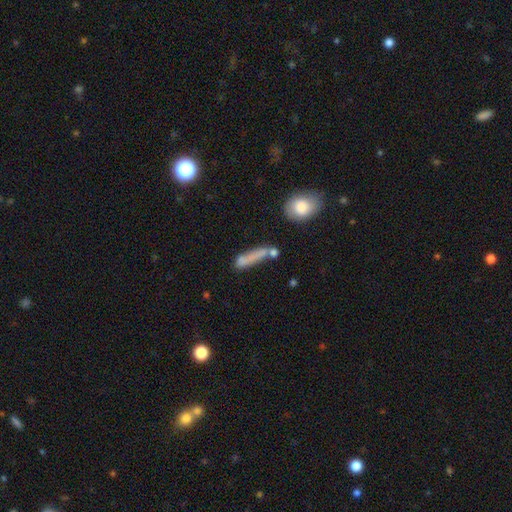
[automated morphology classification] type=smooth (69%); roundness=cigar-shaped (81%); merging=none (46%).